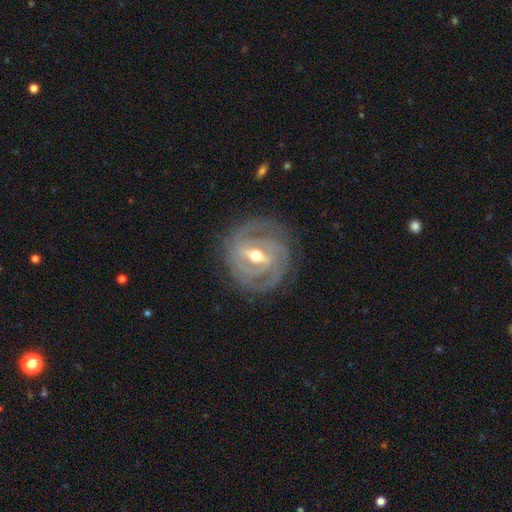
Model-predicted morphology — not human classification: Overall: featured or disk (87%). Edge-on disk: no (94%). Bar: strong (52%; weak 36%). Spiral arms: yes (95%). Spiral arm count: 2 (32%; 3 25%). Spiral winding: tight (72%). Bulge size: moderate (65%; small 30%). Merging: none (81%).